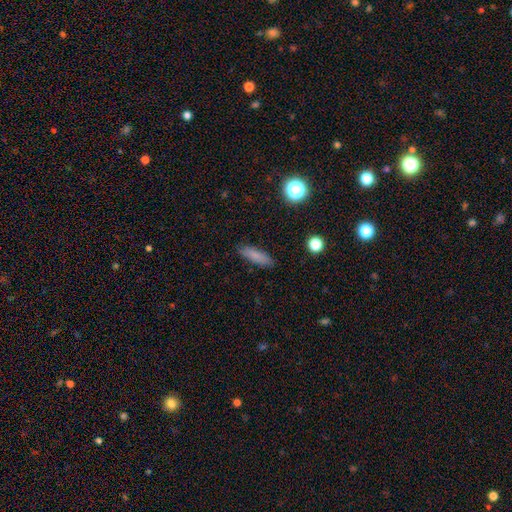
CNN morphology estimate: Smooth or featured? smooth (80%)
How rounded? cigar-shaped (59%)
Merging? none (87%)